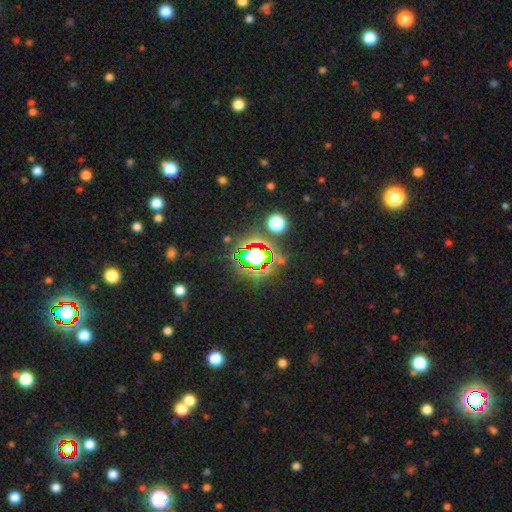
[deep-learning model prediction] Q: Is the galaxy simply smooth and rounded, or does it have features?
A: star or artifact — 70%.